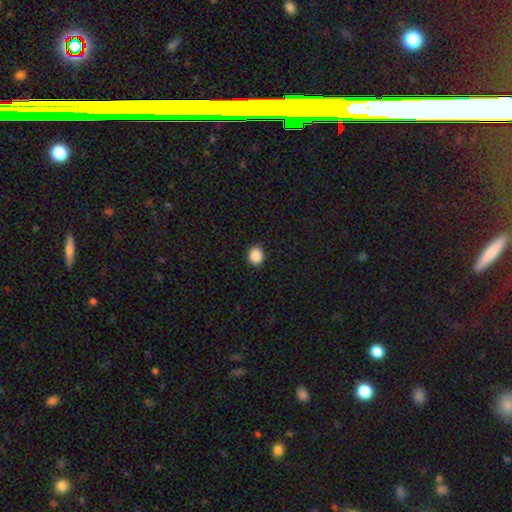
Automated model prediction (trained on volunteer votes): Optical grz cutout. It shows a smooth galaxy with no disk features (89%) that is round (69%). Merging: none (90%).